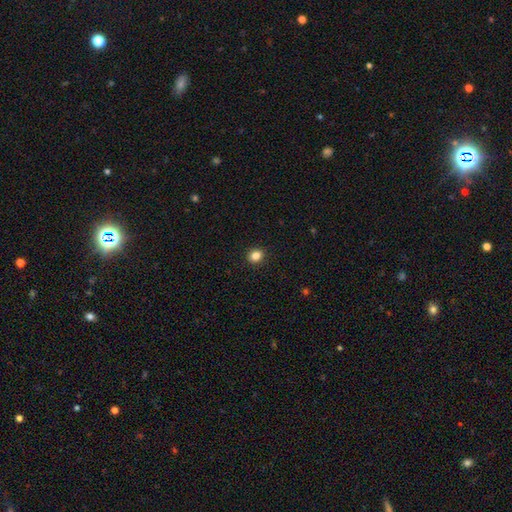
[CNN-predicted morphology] Smooth or featured?
  - smooth: 84% *
  - star or artifact: 11%
  - featured or disk: 5%
How rounded?
  - round: 74% *
  - in between: 25%
  - cigar-shaped: 1%
Merging?
  - none: 92% *
  - minor disturbance: 5%
  - major disturbance: 2%
  - merger: 1%